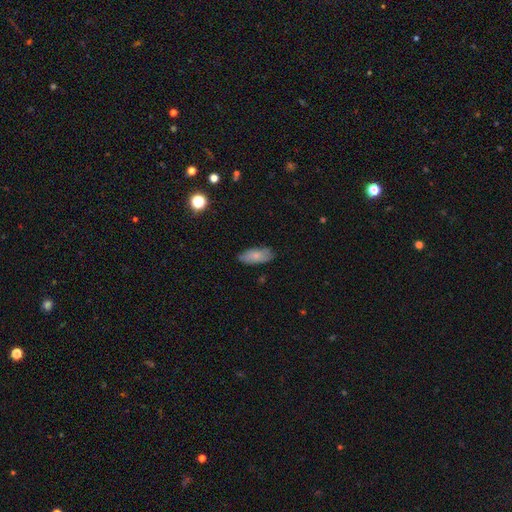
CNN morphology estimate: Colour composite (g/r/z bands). It shows a smooth galaxy with no disk features (76%) that is in between round and cigar-shaped (85%). Merging: none (78%).